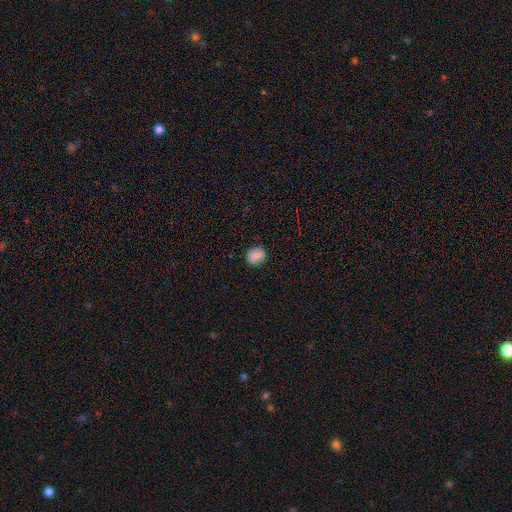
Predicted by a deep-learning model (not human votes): The model was most divided on "how rounded": round: 78%, in between: 21%, cigar-shaped: 1%. More confident: merging — none (85%); smooth or featured — smooth (83%).